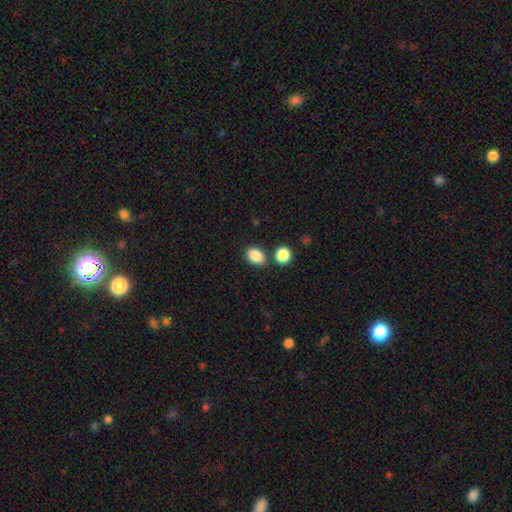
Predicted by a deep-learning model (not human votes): Smooth or featured: smooth — 87% (star or artifact — 9%)
How rounded: in between — 77% (round — 22%)
Merging: none — 75% (merger — 12%)